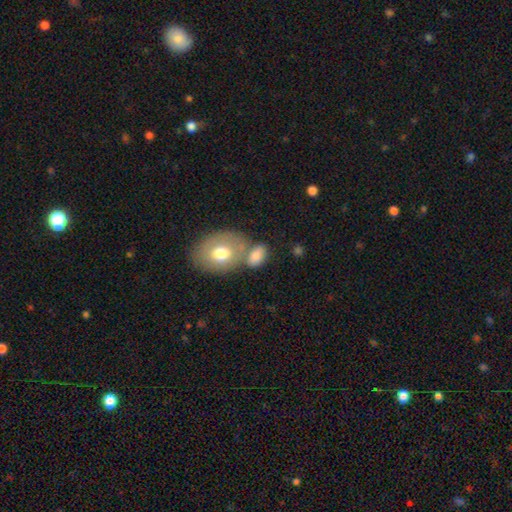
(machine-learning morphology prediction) A smooth galaxy with no disk features (78%) that is in between round and cigar-shaped (83%).

Vote fractions:
- Smooth or featured? smooth: 78% / featured or disk: 15% / star or artifact: 7%
- How rounded? in between: 83% / round: 16% / cigar-shaped: 2%
- Merging? none: 44% / merger: 34% / minor disturbance: 15% / major disturbance: 6%